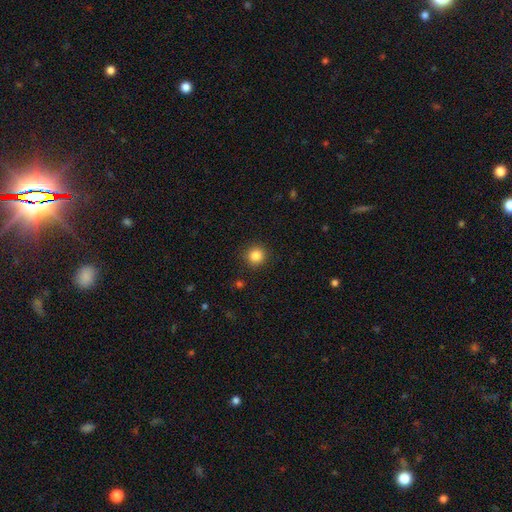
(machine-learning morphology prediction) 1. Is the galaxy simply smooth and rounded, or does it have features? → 85% smooth, 11% star or artifact, 4% featured or disk.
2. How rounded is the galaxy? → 94% round, 6% in between, 1% cigar-shaped.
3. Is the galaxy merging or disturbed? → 91% none, 6% minor disturbance, 2% major disturbance, 1% merger.